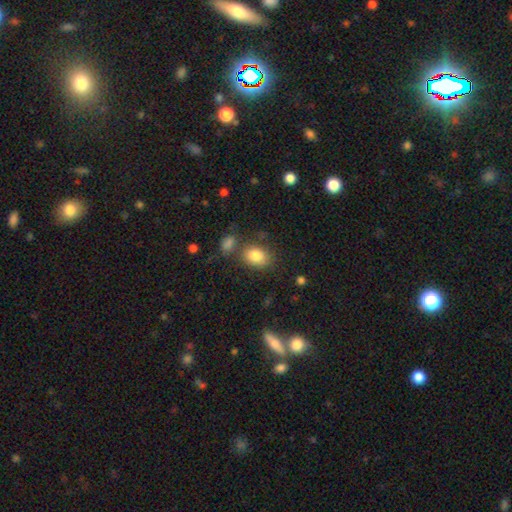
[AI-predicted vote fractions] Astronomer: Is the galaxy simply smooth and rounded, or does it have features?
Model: smooth — 83%.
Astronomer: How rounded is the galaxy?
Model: in between — 66%.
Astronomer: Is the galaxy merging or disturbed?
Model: none — 70%.